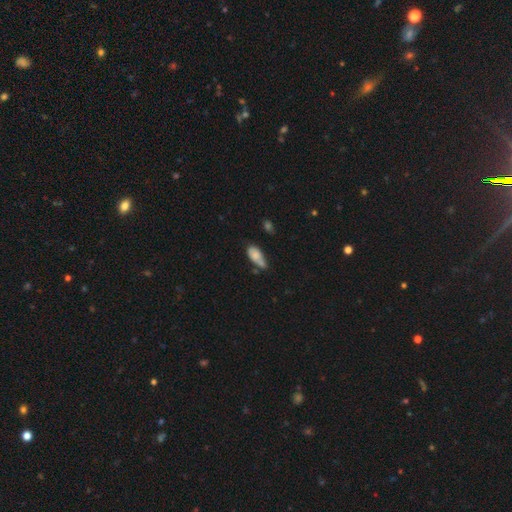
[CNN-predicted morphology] A smooth galaxy with no disk features (73%) that is in between round and cigar-shaped (85%).

Vote fractions:
- Smooth or featured? smooth: 73% / featured or disk: 19% / star or artifact: 8%
- How rounded? in between: 85% / cigar-shaped: 12% / round: 3%
- Merging? none: 40% / minor disturbance: 33% / merger: 18% / major disturbance: 9%